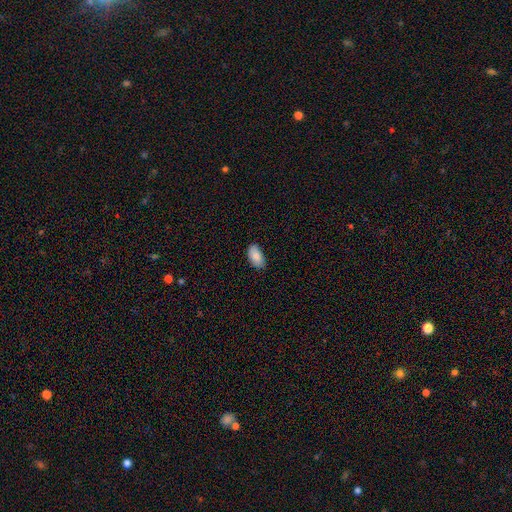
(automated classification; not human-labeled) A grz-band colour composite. It shows a smooth galaxy with no disk features (86%) that is in between round and cigar-shaped (95%). Merging: none (79%).